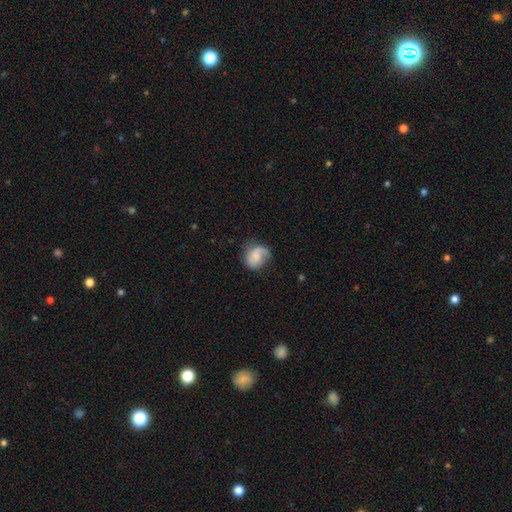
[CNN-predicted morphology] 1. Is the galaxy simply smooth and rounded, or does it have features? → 51% featured or disk, 42% smooth, 7% star or artifact.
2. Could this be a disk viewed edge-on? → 98% no, 2% yes.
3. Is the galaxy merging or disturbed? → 56% none, 26% minor disturbance, 16% major disturbance, 2% merger.